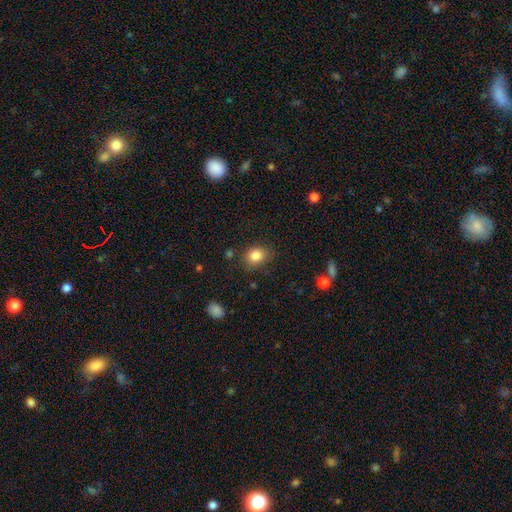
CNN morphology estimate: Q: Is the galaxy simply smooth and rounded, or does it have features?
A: smooth — 84%.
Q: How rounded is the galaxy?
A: round — 53%.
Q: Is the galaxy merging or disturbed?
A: none — 76%.